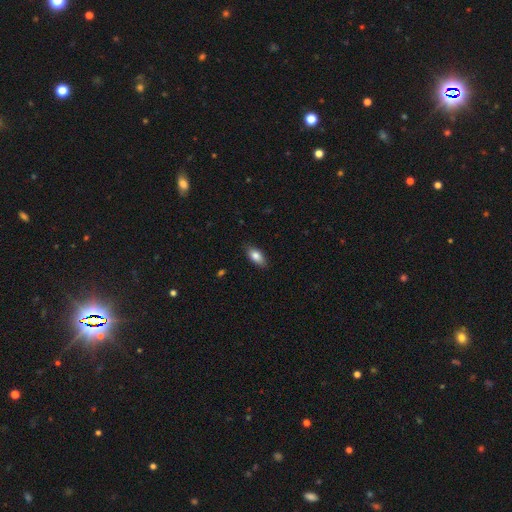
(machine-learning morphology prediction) Smooth or featured? Predicted: smooth (p=0.82). How rounded? Predicted: in between (p=0.88). Merging? Predicted: none (p=0.84).